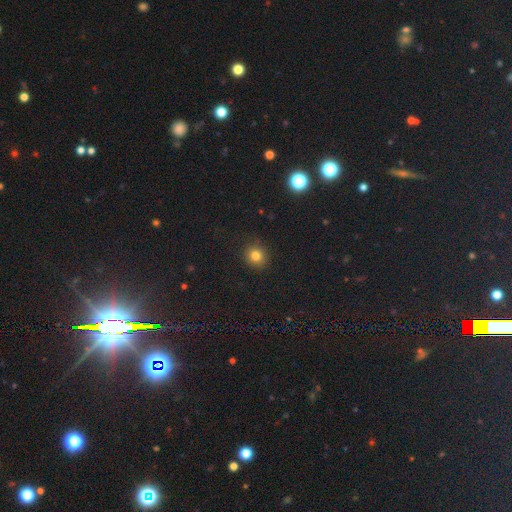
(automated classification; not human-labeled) Smooth or featured? smooth (79%)
How rounded? round (86%)
Merging? none (89%)